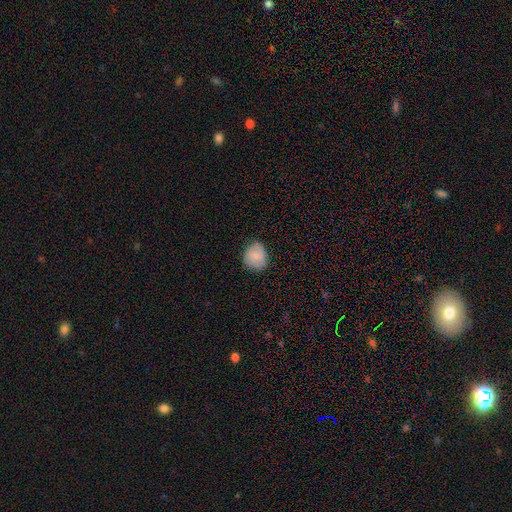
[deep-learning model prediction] Smooth or featured?
  - smooth: 76% *
  - featured or disk: 15%
  - star or artifact: 8%
How rounded?
  - round: 72% *
  - in between: 27%
  - cigar-shaped: 1%
Merging?
  - none: 75% *
  - minor disturbance: 20%
  - major disturbance: 4%
  - merger: 1%